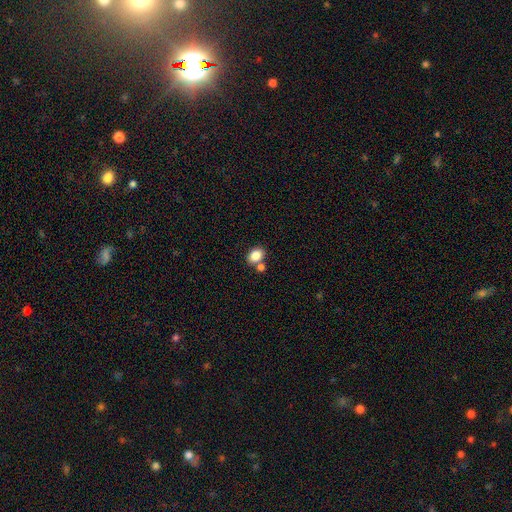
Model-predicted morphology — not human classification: This appears to be a smooth galaxy with no disk features (84%) that is in between round and cigar-shaped (64%). Merging: none (64%).